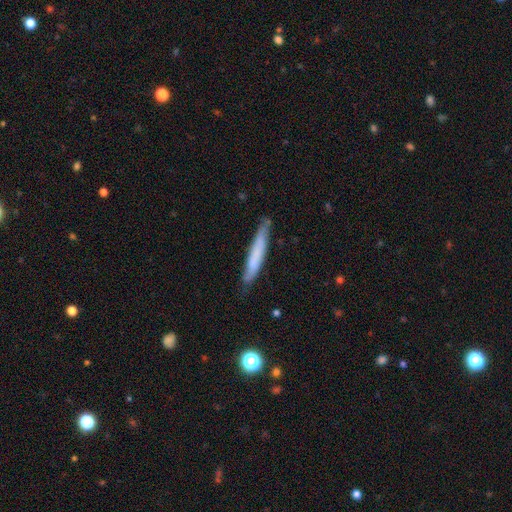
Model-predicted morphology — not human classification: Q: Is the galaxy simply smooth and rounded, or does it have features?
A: smooth — 64%.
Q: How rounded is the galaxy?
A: cigar-shaped — 93%.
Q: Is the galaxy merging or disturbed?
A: none — 77%.